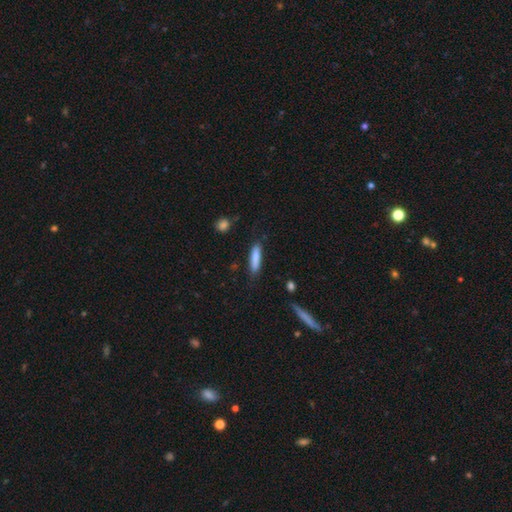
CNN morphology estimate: A smooth galaxy with no disk features (83%) that is cigar-shaped (82%). Merging: none (84%).